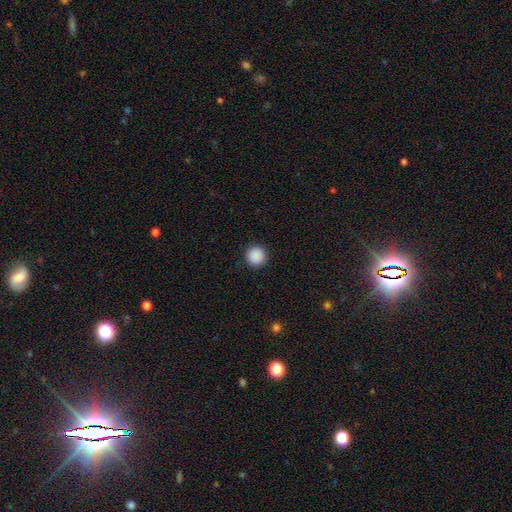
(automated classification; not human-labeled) smooth 90%, star or artifact 8%, featured or disk 2%. Down the decision tree: how rounded — round (96%); merging — none (93%).